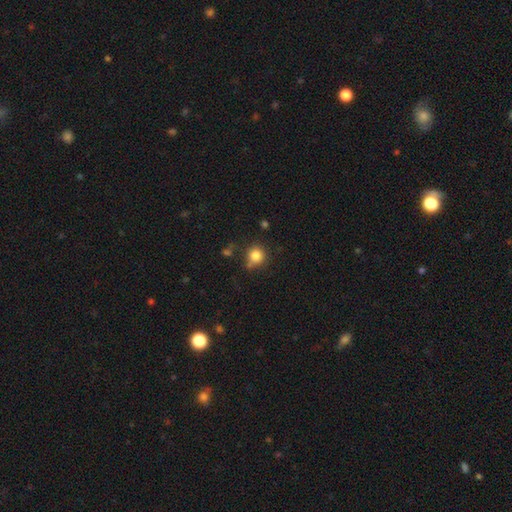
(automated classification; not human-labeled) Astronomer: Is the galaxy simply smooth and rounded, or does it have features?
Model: smooth — 83%.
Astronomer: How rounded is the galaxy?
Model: round — 88%.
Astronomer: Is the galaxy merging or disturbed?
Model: none — 73%.